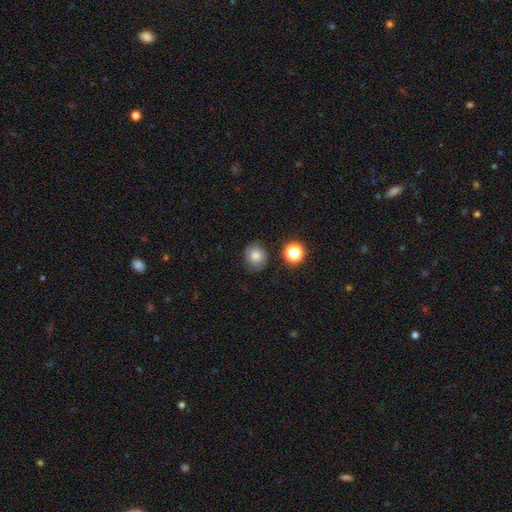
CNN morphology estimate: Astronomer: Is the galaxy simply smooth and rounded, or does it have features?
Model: smooth — 76%.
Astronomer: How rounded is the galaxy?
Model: round — 69%.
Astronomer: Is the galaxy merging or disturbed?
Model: none — 78%.